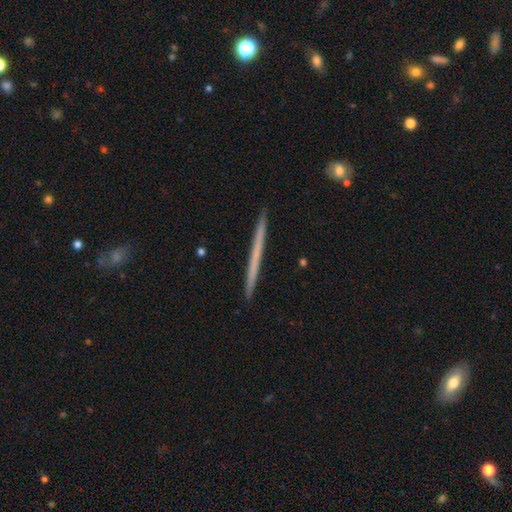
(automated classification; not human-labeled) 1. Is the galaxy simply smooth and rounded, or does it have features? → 48% featured or disk, 46% smooth, 6% star or artifact.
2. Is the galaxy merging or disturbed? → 93% none, 5% minor disturbance, 1% merger, 1% major disturbance.